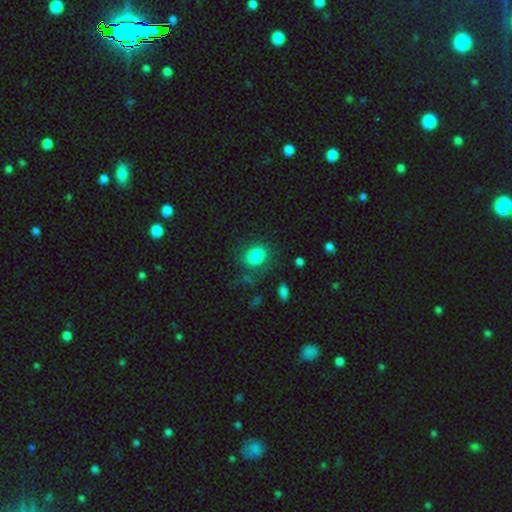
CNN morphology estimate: smooth 83%, star or artifact 9%, featured or disk 8%. Down the decision tree: how rounded — round (51%); merging — none (68%).